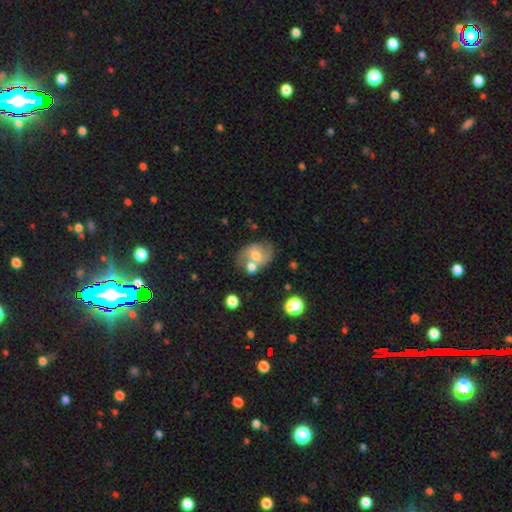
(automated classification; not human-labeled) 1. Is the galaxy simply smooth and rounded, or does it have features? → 49% featured or disk, 41% smooth, 10% star or artifact.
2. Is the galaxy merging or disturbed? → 48% none, 30% merger, 16% minor disturbance, 7% major disturbance.